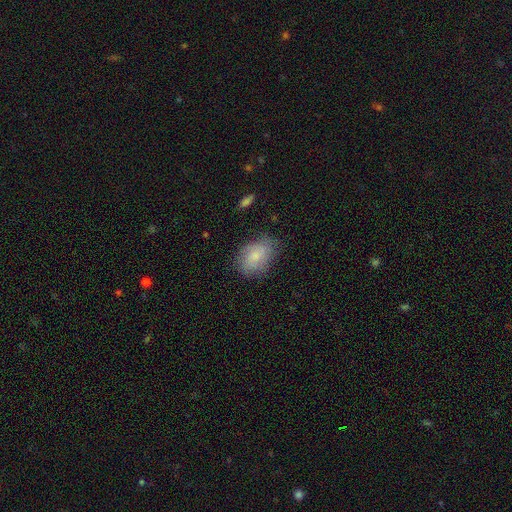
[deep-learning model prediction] Overall: smooth (63%; featured or disk 29%). How rounded: in between (80%). Merging: none (69%).